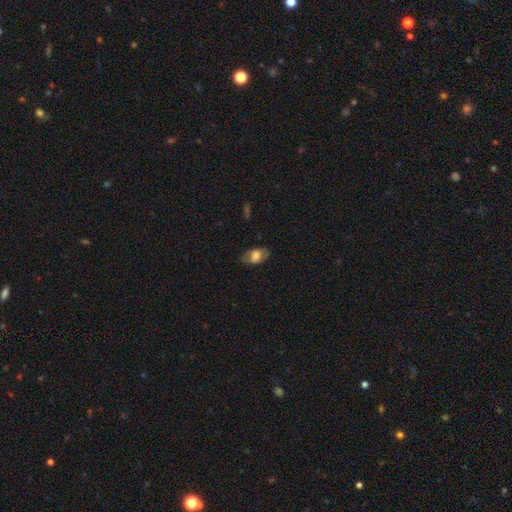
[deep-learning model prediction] Smooth or featured? smooth (66%)
How rounded? in between (91%)
Merging? none (76%)